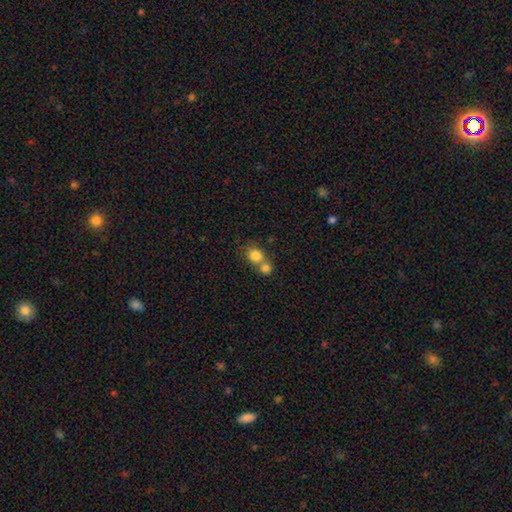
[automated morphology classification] The model was most divided on "merging": merger: 55%, none: 36%, minor disturbance: 6%, major disturbance: 3%. More confident: smooth or featured — smooth (80%); how rounded — round (75%).